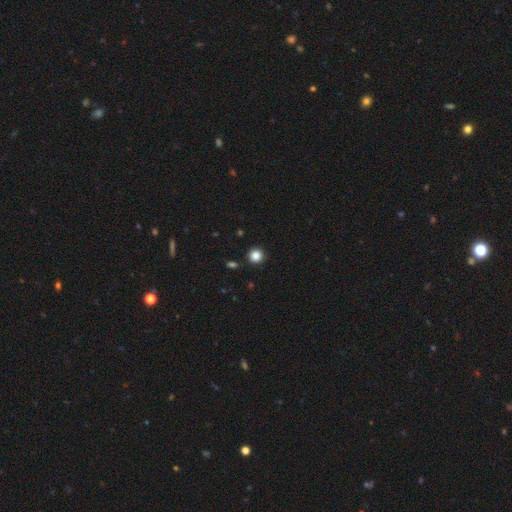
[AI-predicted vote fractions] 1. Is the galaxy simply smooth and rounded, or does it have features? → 86% smooth, 11% star or artifact, 3% featured or disk.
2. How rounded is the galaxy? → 94% round, 5% in between, 1% cigar-shaped.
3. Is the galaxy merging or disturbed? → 90% none, 6% minor disturbance, 2% merger, 2% major disturbance.